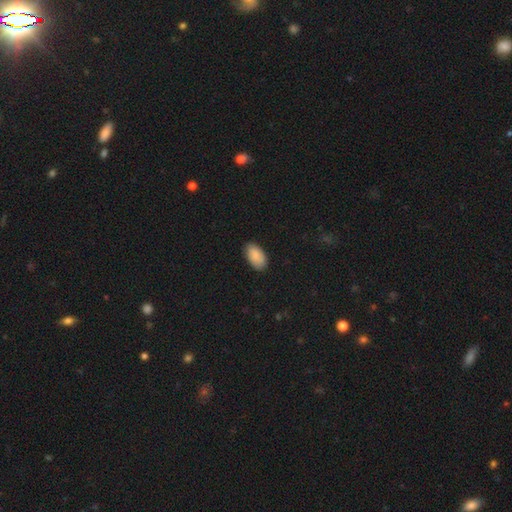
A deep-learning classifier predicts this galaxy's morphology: Smooth or featured: smooth — 88% (star or artifact — 6%)
How rounded: in between — 95% (round — 3%)
Merging: none — 86% (minor disturbance — 11%)